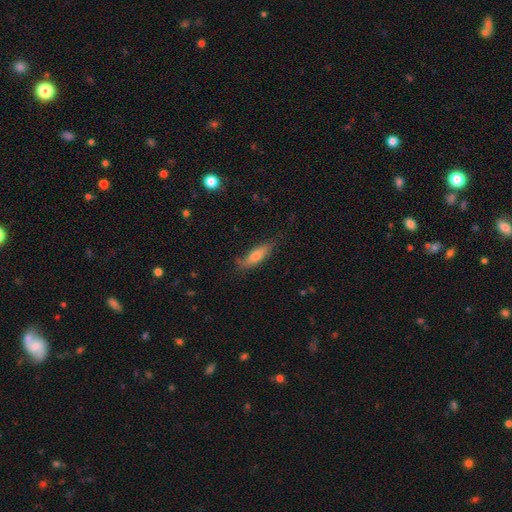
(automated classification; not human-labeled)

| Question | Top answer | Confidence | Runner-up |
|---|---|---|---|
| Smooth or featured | smooth | 69% | featured or disk (24%) |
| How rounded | cigar-shaped | 54% | in between (43%) |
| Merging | none | 69% | minor disturbance (23%) |